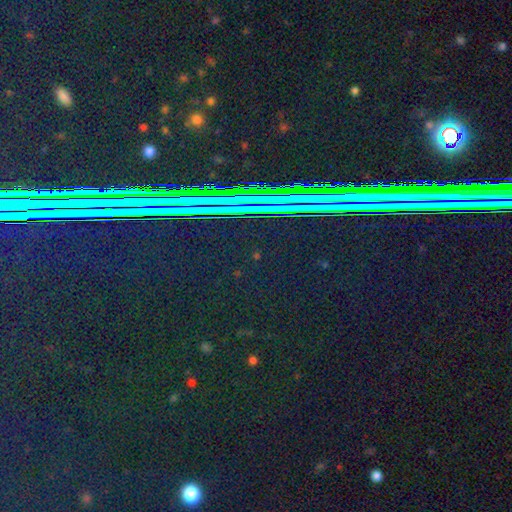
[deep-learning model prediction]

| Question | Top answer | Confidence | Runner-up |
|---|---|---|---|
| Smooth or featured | star or artifact | 86% | smooth (7%) |